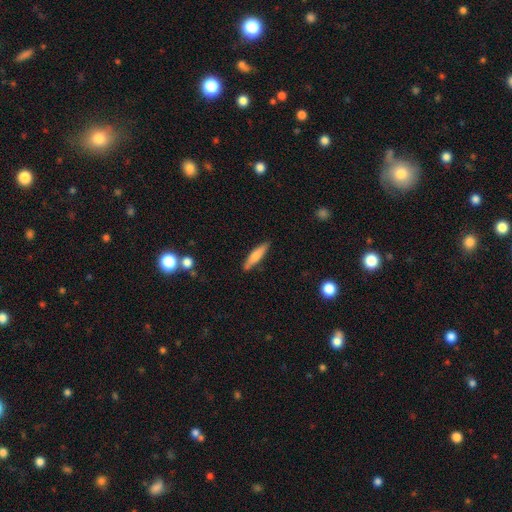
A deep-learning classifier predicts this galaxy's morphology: A smooth galaxy with no disk features (71%) that is cigar-shaped (81%).

Vote fractions:
- Smooth or featured? smooth: 71% / featured or disk: 23% / star or artifact: 6%
- How rounded? cigar-shaped: 81% / in between: 18% / round: 2%
- Merging? none: 84% / minor disturbance: 12% / major disturbance: 2% / merger: 2%